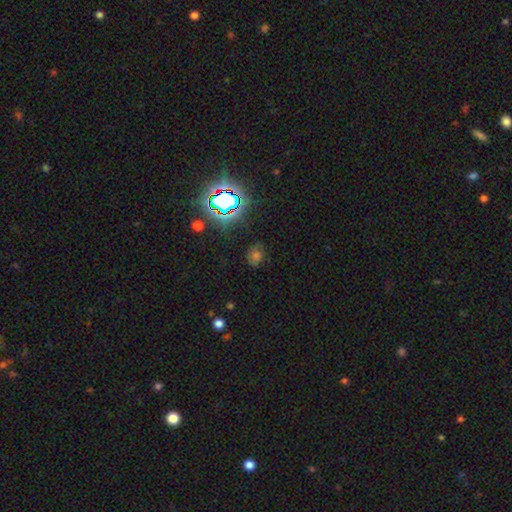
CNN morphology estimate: type=smooth (47%); merging=none (78%).